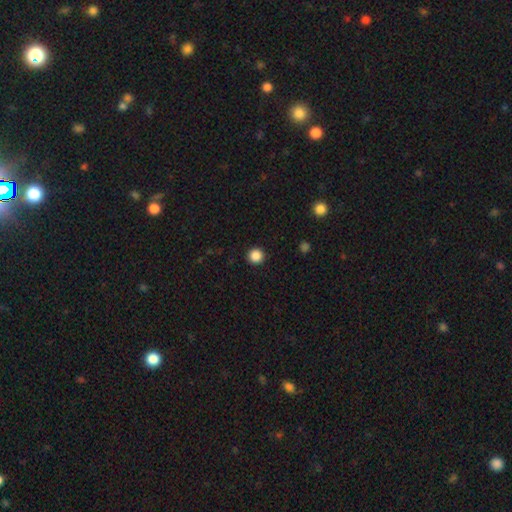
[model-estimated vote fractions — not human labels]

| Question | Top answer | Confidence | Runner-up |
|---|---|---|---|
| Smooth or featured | smooth | 87% | star or artifact (11%) |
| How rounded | round | 96% | in between (3%) |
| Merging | none | 93% | minor disturbance (5%) |